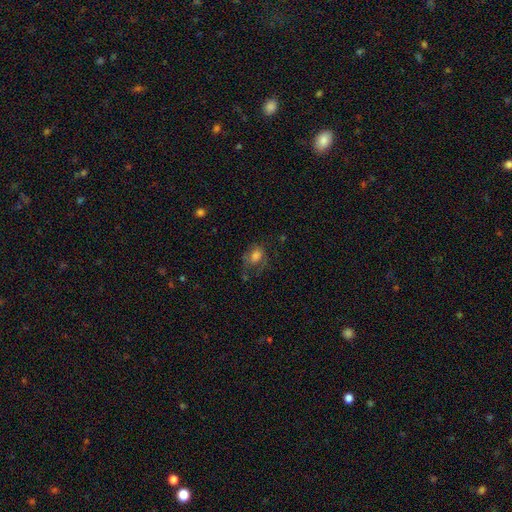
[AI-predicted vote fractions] Morphology: type=smooth (59%); roundness=in between (65%); merging=none (44%).